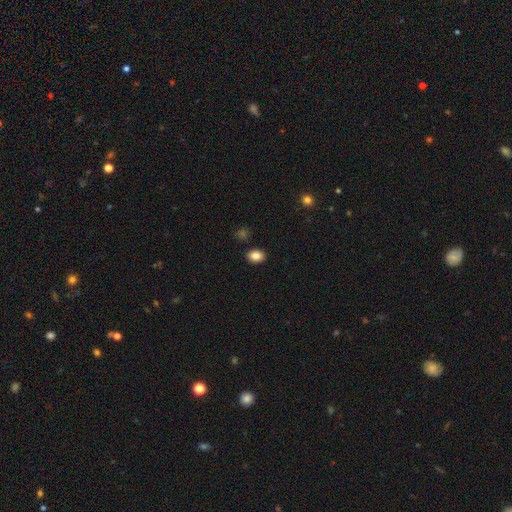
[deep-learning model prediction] Smooth or featured: smooth — 85% (star or artifact — 9%)
How rounded: in between — 69% (round — 30%)
Merging: none — 88% (minor disturbance — 8%)